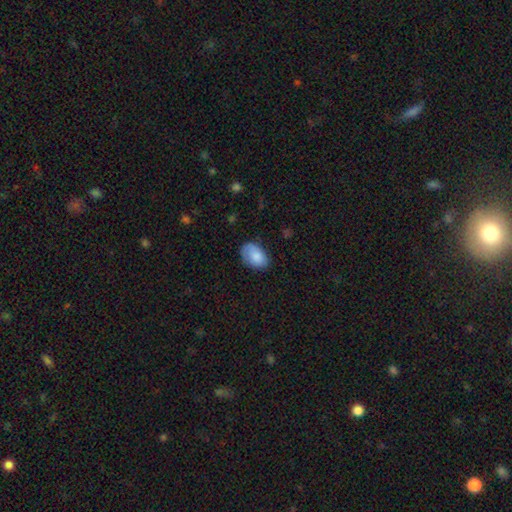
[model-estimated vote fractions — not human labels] Morphology: type=smooth (80%); roundness=in between (89%); merging=none (68%).